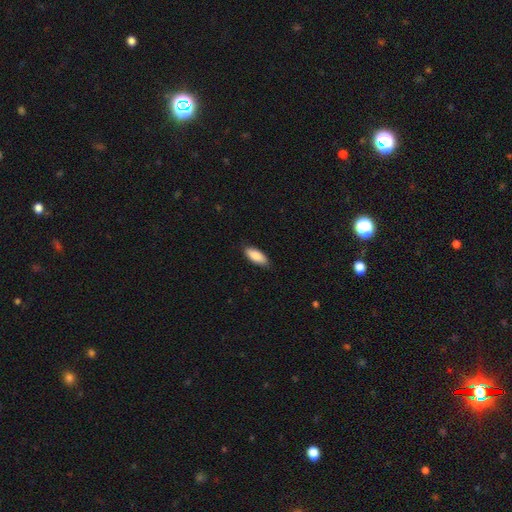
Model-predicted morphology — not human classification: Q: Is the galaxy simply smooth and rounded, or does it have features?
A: smooth — 87%.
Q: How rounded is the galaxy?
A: in between — 81%.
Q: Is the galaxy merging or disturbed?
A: none — 83%.